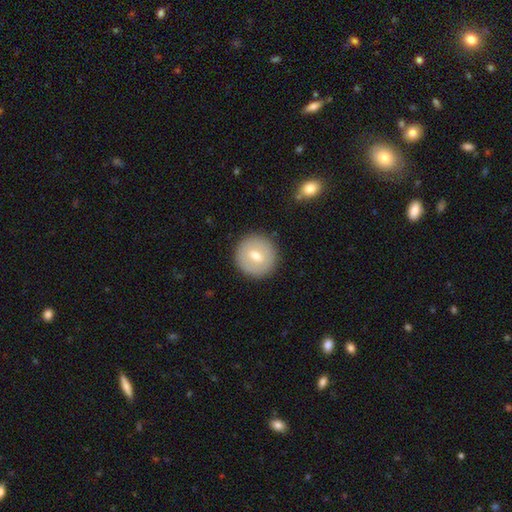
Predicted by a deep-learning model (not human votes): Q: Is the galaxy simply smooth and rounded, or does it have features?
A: smooth — 62%.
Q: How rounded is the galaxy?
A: round — 95%.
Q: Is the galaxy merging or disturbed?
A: none — 90%.